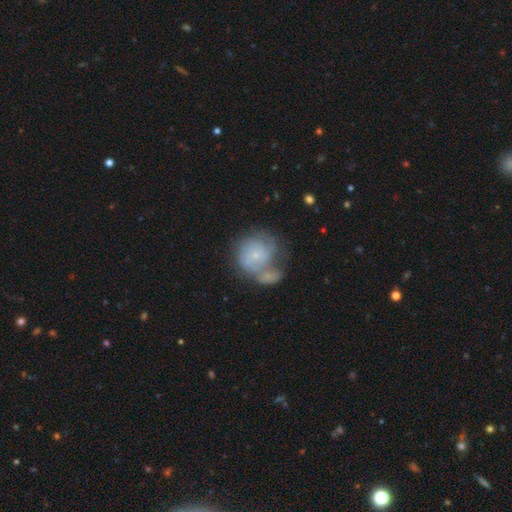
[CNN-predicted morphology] This is possibly a featured or disk galaxy (57%). It is clearly not viewed edge-on (98%). Bar: clearly no (82%). Spiral arm pattern: likely yes (73%). Central bulge: likely small (80%). Merging: possibly merger (45%).